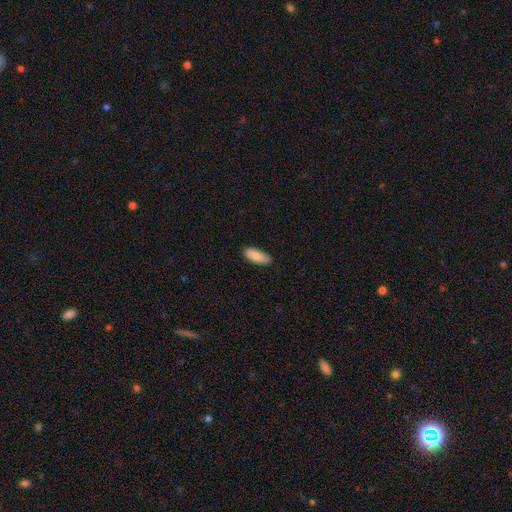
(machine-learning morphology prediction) This appears to be a smooth galaxy with no disk features (87%) that is in between round and cigar-shaped (80%). Merging: none (85%).